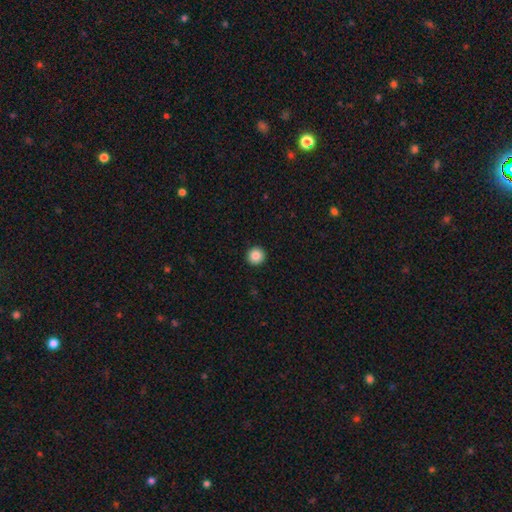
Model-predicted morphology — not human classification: Overall: smooth (86%). How rounded: round (96%). Merging: none (94%).